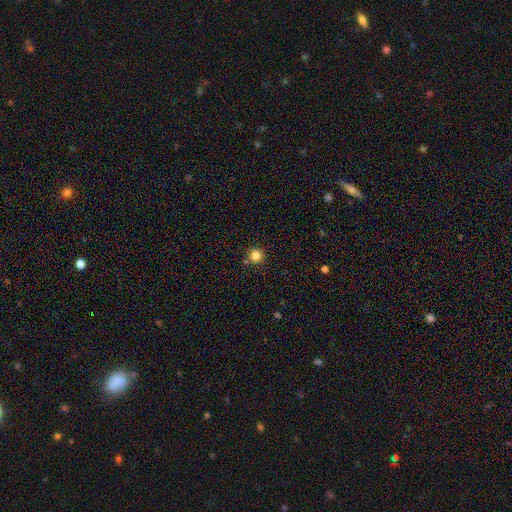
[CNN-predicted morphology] This appears to be a smooth galaxy with no disk features (83%) that is round (95%). Merging: none (86%).